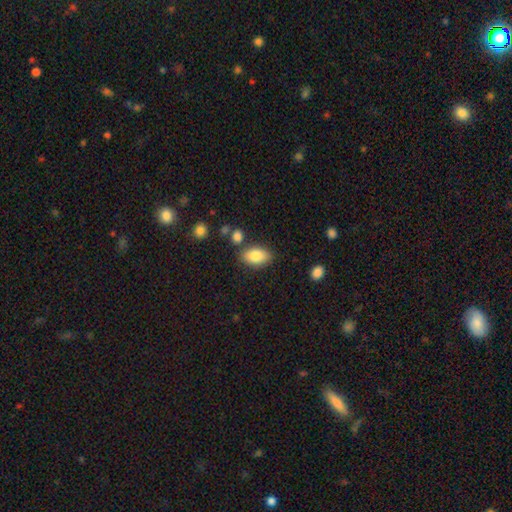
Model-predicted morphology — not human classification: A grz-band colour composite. It shows a smooth galaxy with no disk features (84%) that is in between round and cigar-shaped (91%). Merging: none (78%).